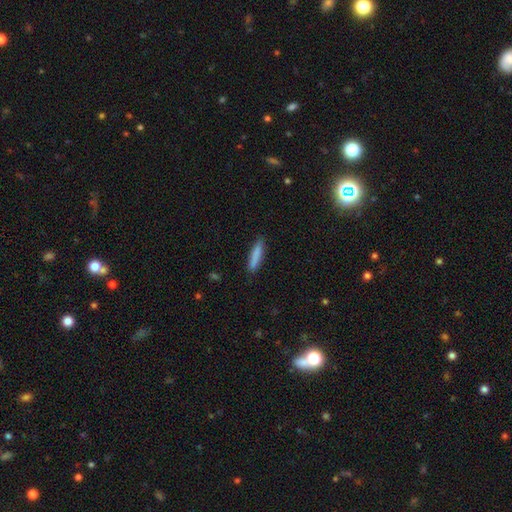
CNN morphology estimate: The model was most divided on "how rounded": cigar-shaped: 86%, in between: 13%, round: 1%. More confident: merging — none (87%); smooth or featured — smooth (85%).